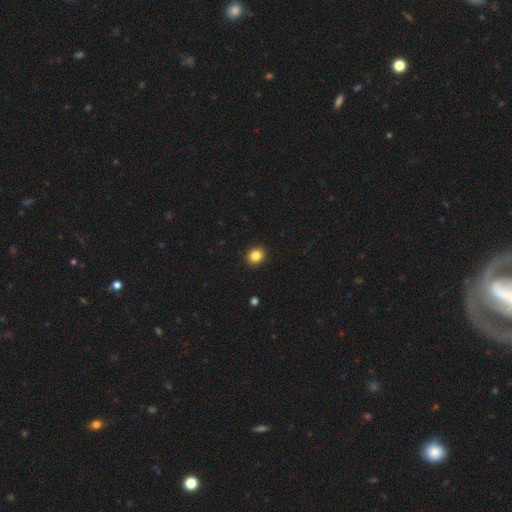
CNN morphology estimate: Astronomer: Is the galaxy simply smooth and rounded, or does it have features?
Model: smooth — 85%.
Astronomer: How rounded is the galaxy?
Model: round — 75%.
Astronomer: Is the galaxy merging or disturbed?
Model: none — 93%.